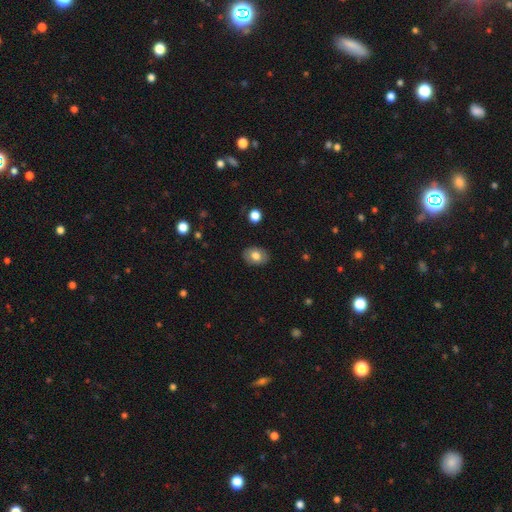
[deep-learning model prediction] This is likely a smooth galaxy (75%). How rounded: likely in between (74%). Merging: clearly none (87%).